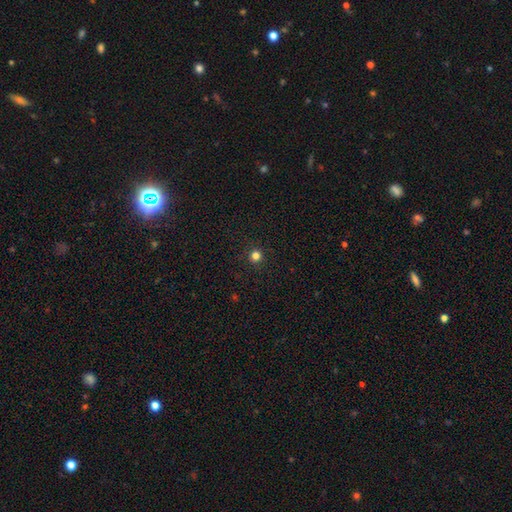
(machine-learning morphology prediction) smooth-or-featured: smooth: 80% | star or artifact: 16% | featured or disk: 4%
  how-rounded: round: 95% | in between: 4% | cigar-shaped: 1%
  merging: none: 92% | minor disturbance: 5% | major disturbance: 2% | merger: 1%